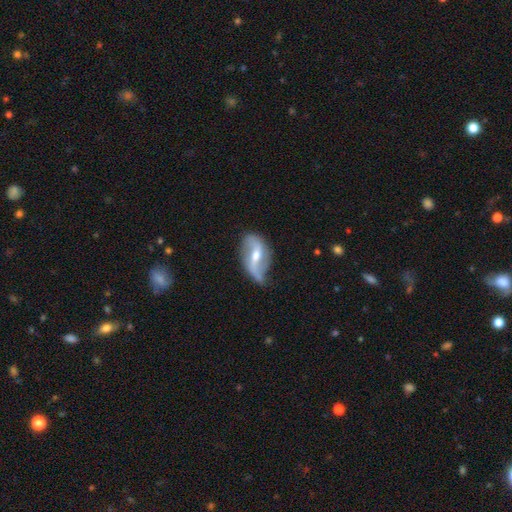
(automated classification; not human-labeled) Morphology: type=featured or disk (80%); edge-on=no (95%); bar=weak (43%); spiral arms=yes (89%); winding=loose (74%); arm count=2 (85%); bulge=moderate (64%); merging=none (55%).